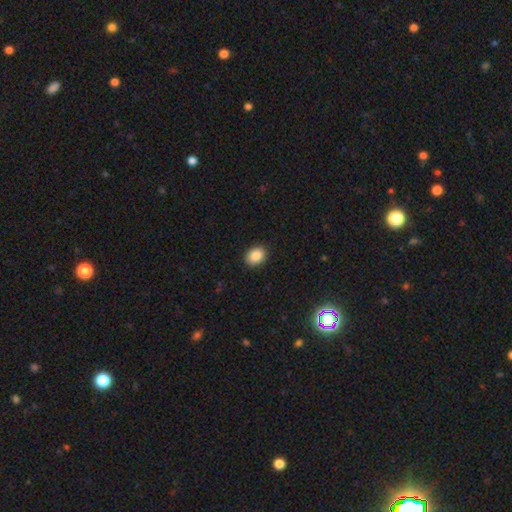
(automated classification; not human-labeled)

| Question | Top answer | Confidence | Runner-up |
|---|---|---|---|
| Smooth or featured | smooth | 88% | star or artifact (8%) |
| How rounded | in between | 65% | round (34%) |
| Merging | none | 89% | minor disturbance (8%) |